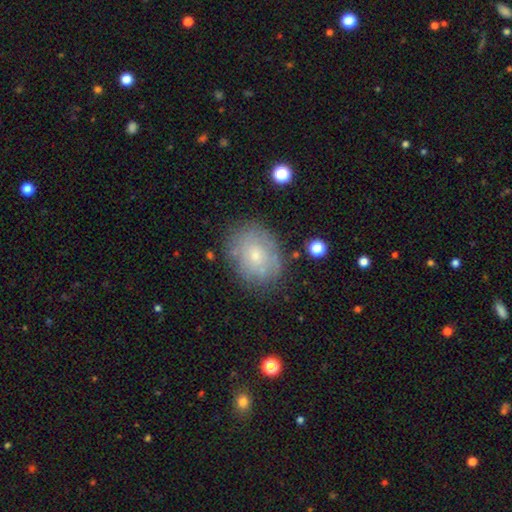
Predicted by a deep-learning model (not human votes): Smooth or featured: smooth — 55% (featured or disk — 36%)
How rounded: in between — 59% (round — 40%)
Merging: none — 72% (minor disturbance — 19%)